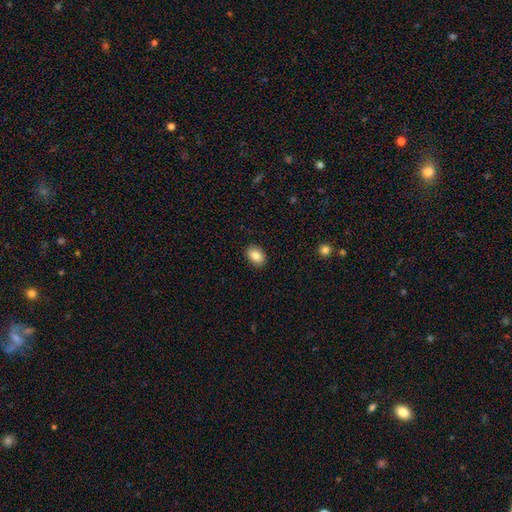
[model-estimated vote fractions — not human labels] Smooth or featured: smooth — 85% (star or artifact — 8%)
How rounded: in between — 76% (round — 23%)
Merging: none — 89% (minor disturbance — 8%)